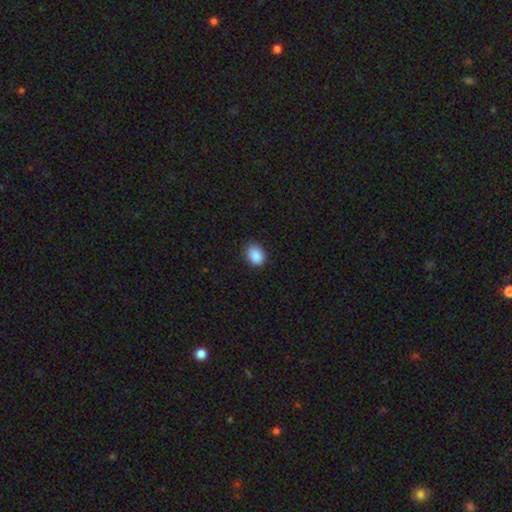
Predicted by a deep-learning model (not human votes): A smooth galaxy with no disk features (88%) that is in between round and cigar-shaped (64%).

Vote fractions:
- Smooth or featured? smooth: 88% / star or artifact: 8% / featured or disk: 3%
- How rounded? in between: 64% / round: 35% / cigar-shaped: 1%
- Merging? none: 81% / minor disturbance: 15% / major disturbance: 3% / merger: 1%